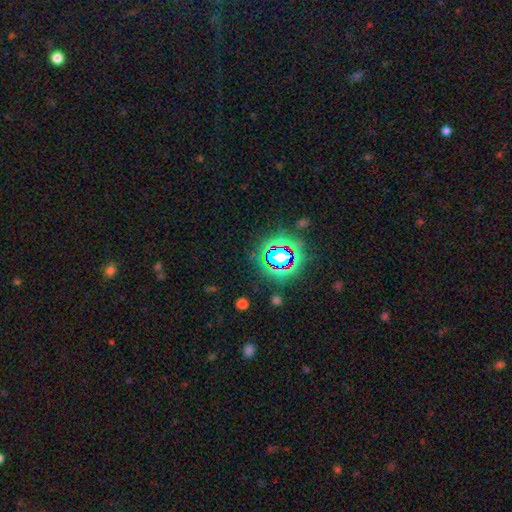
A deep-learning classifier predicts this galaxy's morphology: This appears to be a star or artifact, not a galaxy (78%).